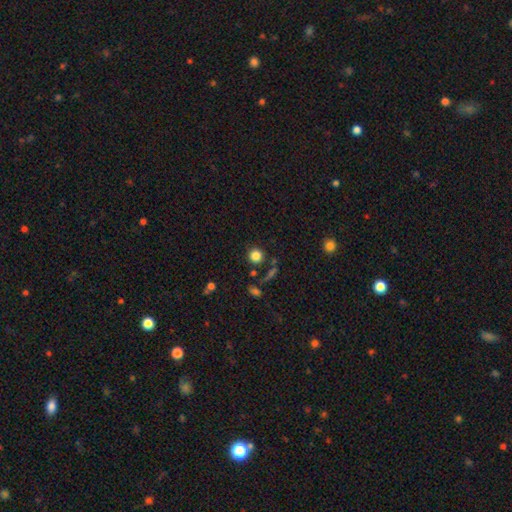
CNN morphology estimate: smooth 82%, star or artifact 12%, featured or disk 5%. Down the decision tree: how rounded — round (91%); merging — none (82%).